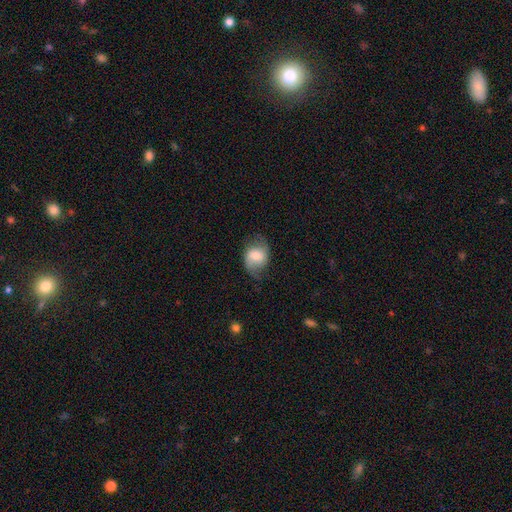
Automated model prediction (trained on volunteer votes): A smooth galaxy with no disk features (50%) that is in between round and cigar-shaped (60%). Merging: none (62%).